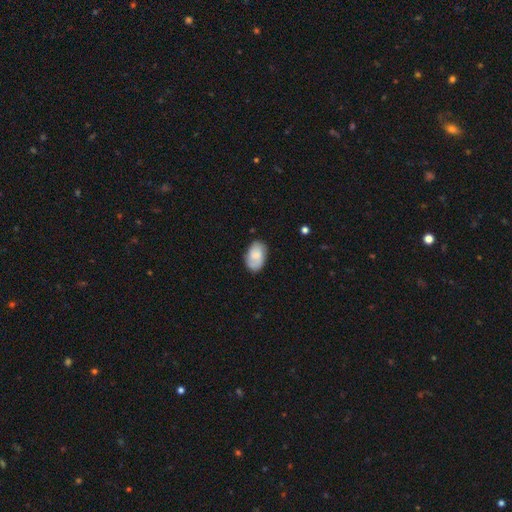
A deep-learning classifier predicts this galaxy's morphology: Smooth or featured?
  - smooth: 78% *
  - featured or disk: 15%
  - star or artifact: 7%
How rounded?
  - in between: 92% *
  - round: 7%
  - cigar-shaped: 1%
Merging?
  - none: 77% *
  - minor disturbance: 18%
  - major disturbance: 4%
  - merger: 2%